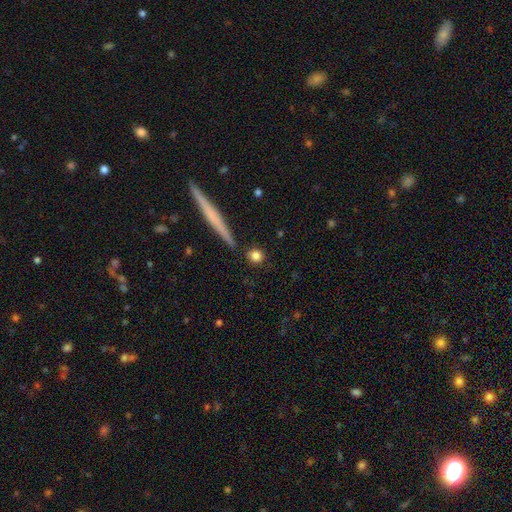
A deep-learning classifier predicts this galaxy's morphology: Smooth or featured: smooth — 82% (featured or disk — 9%)
How rounded: round — 79% (in between — 15%)
Merging: none — 85% (minor disturbance — 9%)